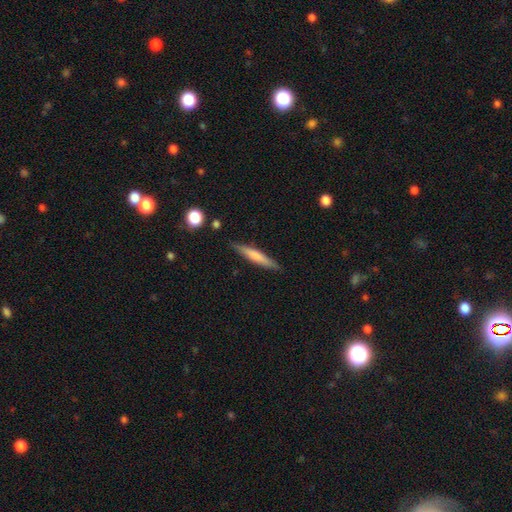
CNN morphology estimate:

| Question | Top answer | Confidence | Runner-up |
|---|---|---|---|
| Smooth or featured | smooth | 62% | featured or disk (32%) |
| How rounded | cigar-shaped | 92% | in between (7%) |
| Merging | none | 86% | minor disturbance (10%) |